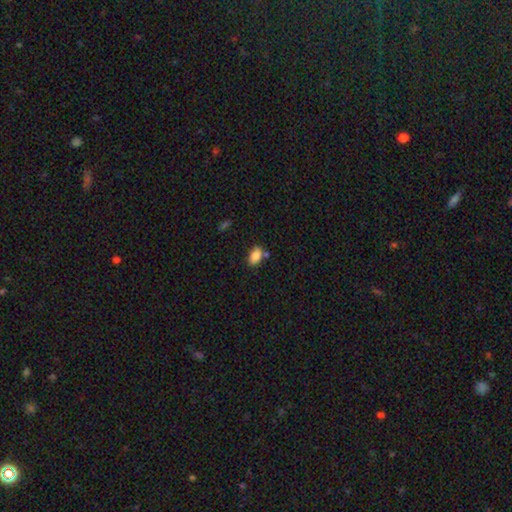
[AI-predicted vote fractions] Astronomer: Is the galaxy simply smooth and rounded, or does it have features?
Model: smooth — 86%.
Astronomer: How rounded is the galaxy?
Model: in between — 89%.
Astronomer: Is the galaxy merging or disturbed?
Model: none — 68%.